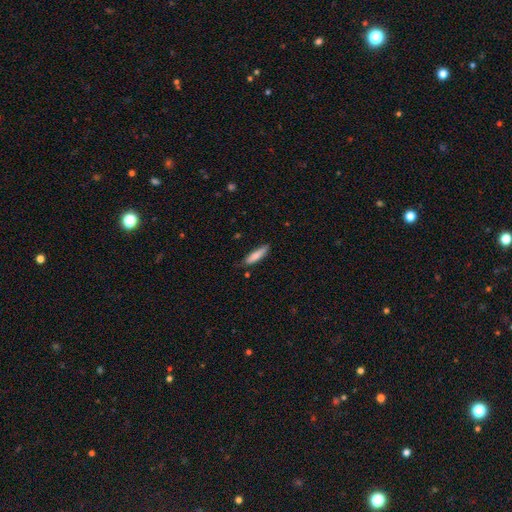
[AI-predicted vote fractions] smooth 80%, featured or disk 14%, star or artifact 6%. Down the decision tree: how rounded — cigar-shaped (75%); merging — none (77%).